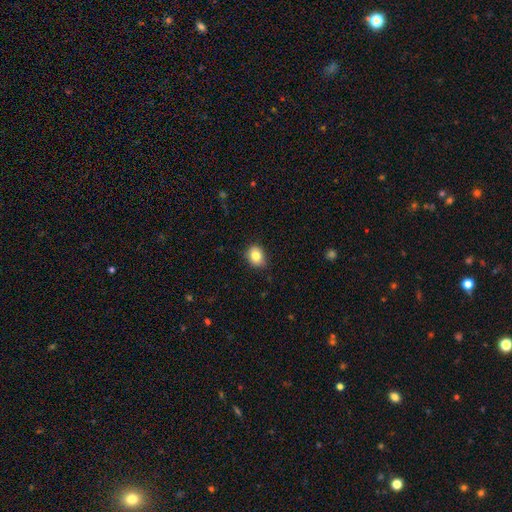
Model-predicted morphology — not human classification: Q: Smooth or featured?
A: smooth (83%); runner-up: star or artifact (9%)
Q: How rounded?
A: in between (50%); runner-up: round (49%)
Q: Merging?
A: none (83%); runner-up: minor disturbance (14%)